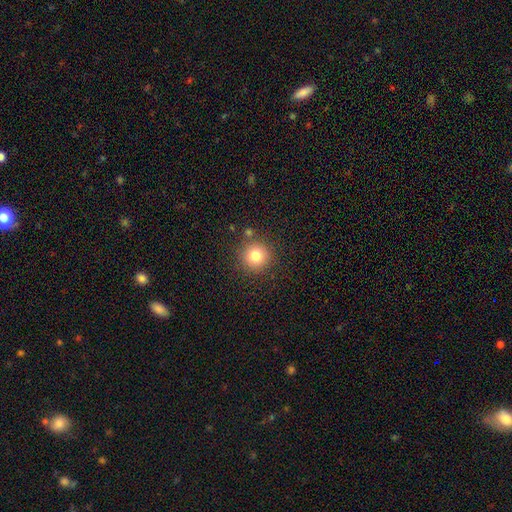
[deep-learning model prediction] Morphology: type=smooth (80%); roundness=round (94%); merging=none (85%).